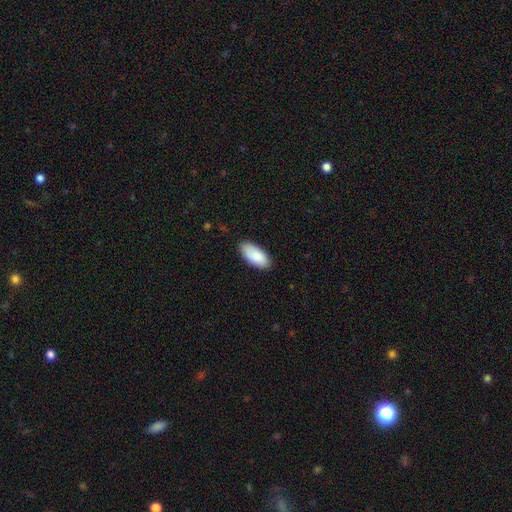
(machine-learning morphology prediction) This appears to be a smooth galaxy with no disk features (87%) that is in between round and cigar-shaped (92%). Merging: none (84%).